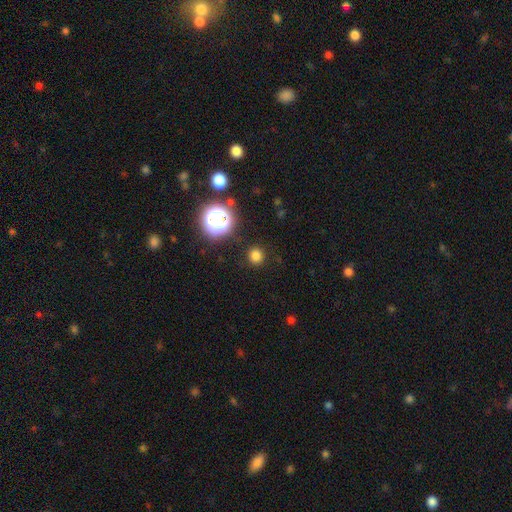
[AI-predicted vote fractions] Overall: smooth (77%). How rounded: round (93%). Merging: none (89%).